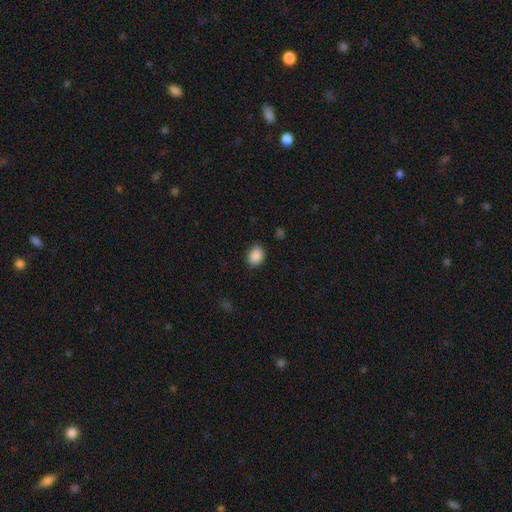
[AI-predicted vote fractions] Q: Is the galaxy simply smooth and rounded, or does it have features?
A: smooth — 89%.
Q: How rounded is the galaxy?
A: in between — 53%.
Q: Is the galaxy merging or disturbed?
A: none — 84%.